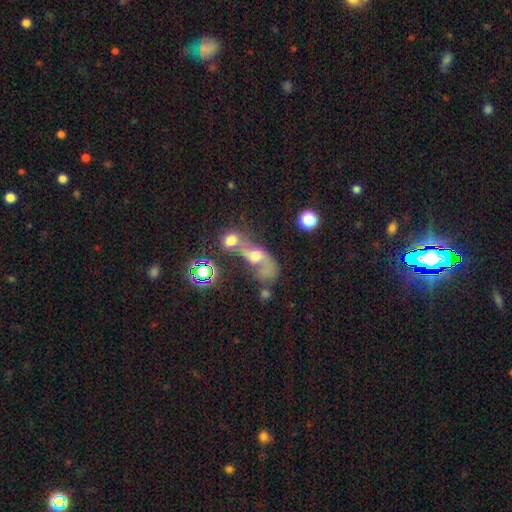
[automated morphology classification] Q: Smooth or featured?
A: featured or disk (48%); runner-up: smooth (34%)
Q: Merging?
A: merger (55%); runner-up: none (19%)